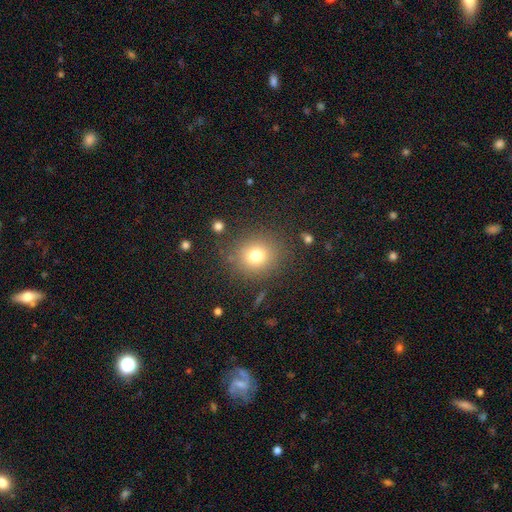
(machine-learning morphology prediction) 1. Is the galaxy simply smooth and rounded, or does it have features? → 76% smooth, 14% star or artifact, 10% featured or disk.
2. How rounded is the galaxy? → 84% round, 15% in between, 1% cigar-shaped.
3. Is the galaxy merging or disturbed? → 84% none, 9% minor disturbance, 4% major disturbance, 3% merger.